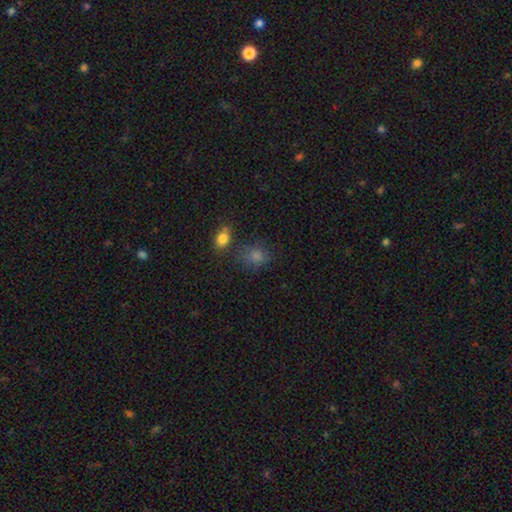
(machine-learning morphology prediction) Smooth or featured? smooth (72%)
How rounded? round (55%)
Merging? none (68%)